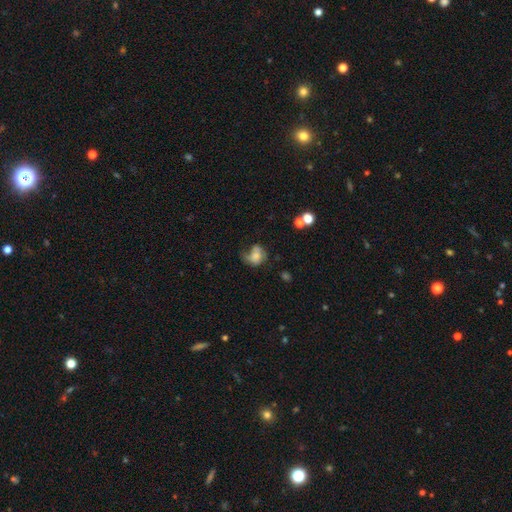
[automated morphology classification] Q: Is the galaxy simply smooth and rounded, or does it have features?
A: smooth — 62%.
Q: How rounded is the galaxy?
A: in between — 57%.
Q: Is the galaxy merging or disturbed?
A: major disturbance — 36%.